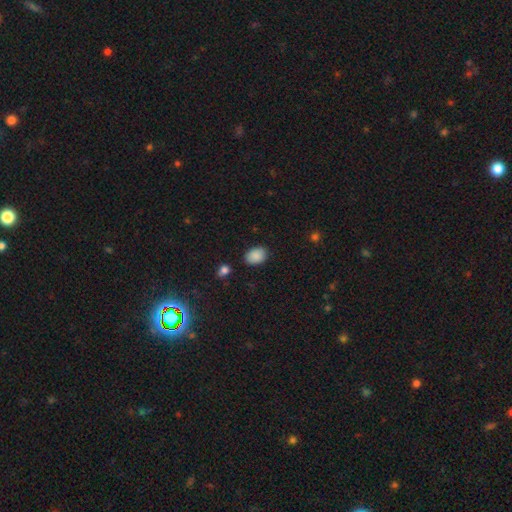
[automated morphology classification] A smooth galaxy with no disk features (89%) that is in between round and cigar-shaped (80%). Merging: none (84%).